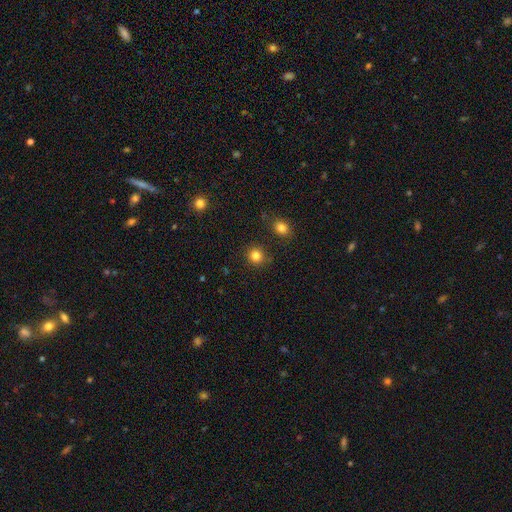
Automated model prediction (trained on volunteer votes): Smooth or featured: smooth — 83% (star or artifact — 13%)
How rounded: round — 90% (in between — 9%)
Merging: none — 86% (minor disturbance — 8%)